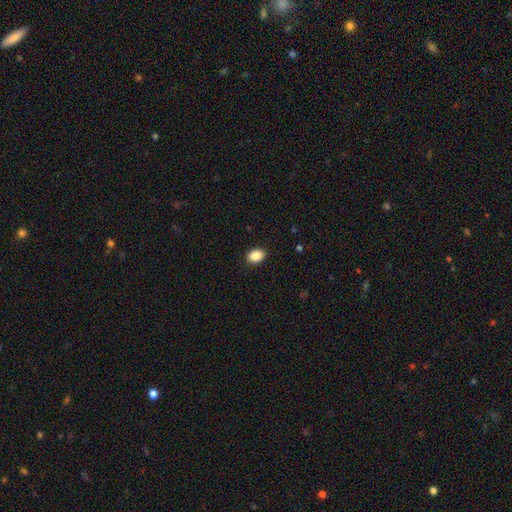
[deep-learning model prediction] smooth 89%, star or artifact 8%, featured or disk 3%. Down the decision tree: how rounded — in between (77%); merging — none (89%).